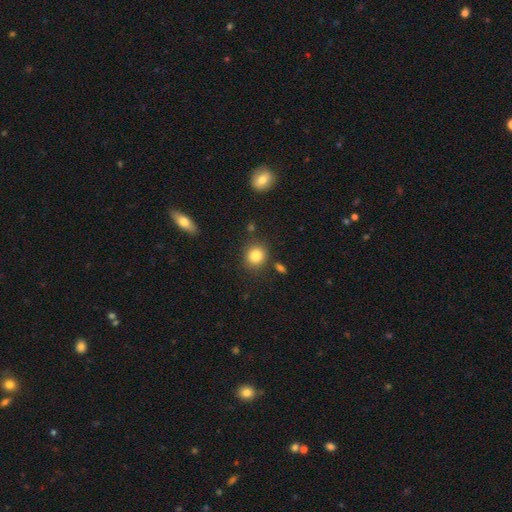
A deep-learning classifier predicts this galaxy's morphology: This is clearly a smooth galaxy (83%). How rounded: clearly round (83%). Merging: clearly none (83%).